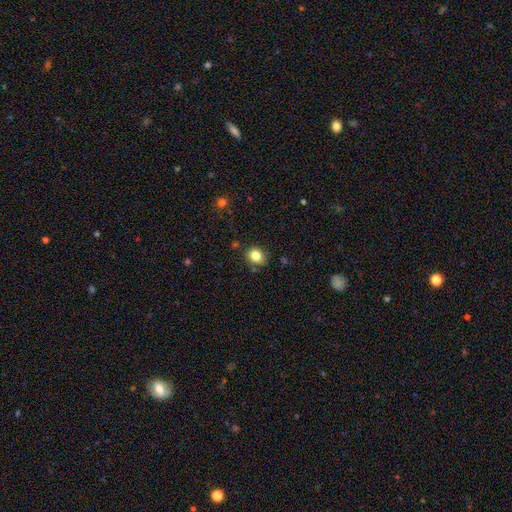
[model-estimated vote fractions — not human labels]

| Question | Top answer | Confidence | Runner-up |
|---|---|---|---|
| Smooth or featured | smooth | 82% | star or artifact (11%) |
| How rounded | round | 63% | in between (36%) |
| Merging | none | 81% | minor disturbance (13%) |